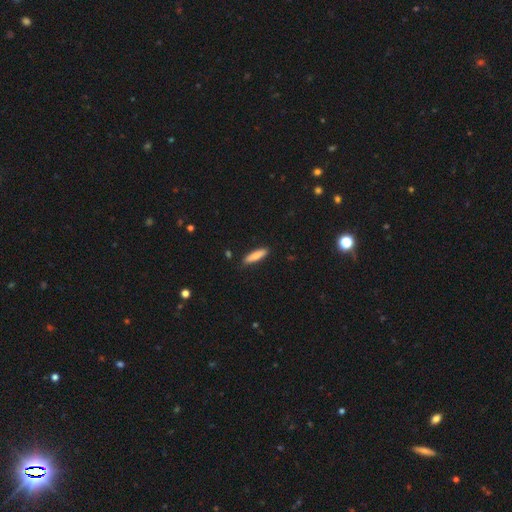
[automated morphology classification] This appears to be a smooth galaxy with no disk features (81%) that is cigar-shaped (74%). Merging: none (87%).